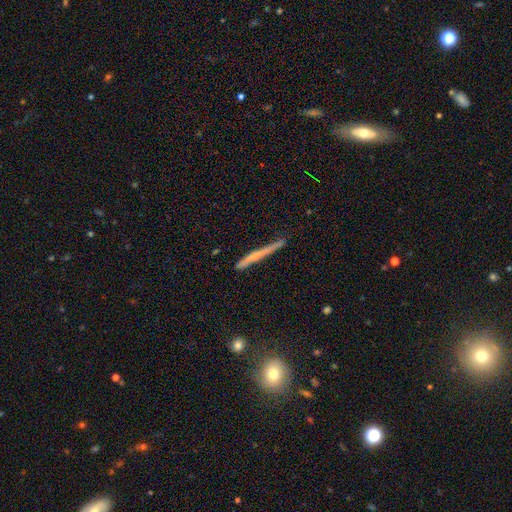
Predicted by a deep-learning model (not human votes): smooth_or_featured: featured or disk (p=0.49) [alt: smooth p=0.44]
merging: none (p=0.82) [alt: minor disturbance p=0.13]